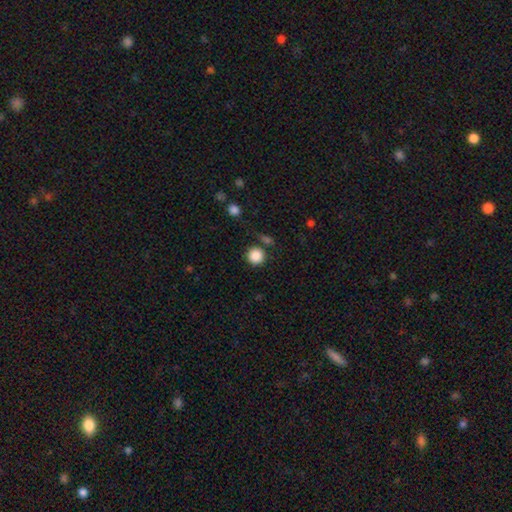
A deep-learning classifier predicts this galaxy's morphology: The model was most divided on "merging": none: 82%, minor disturbance: 8%, merger: 6%, major disturbance: 3%. More confident: how rounded — round (95%); smooth or featured — smooth (87%).